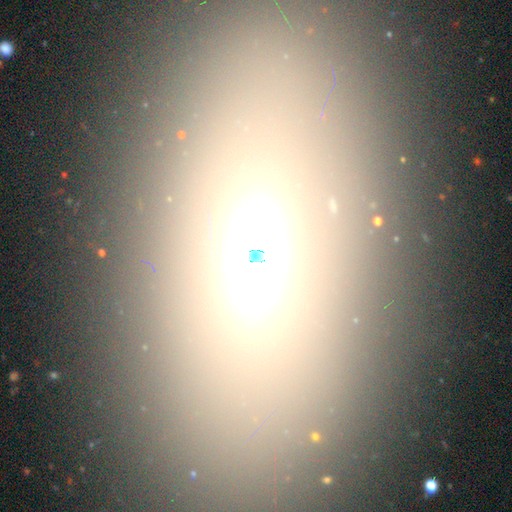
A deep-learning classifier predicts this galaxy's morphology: Overall: smooth (37%; featured or disk 36%). Merging: none (85%).